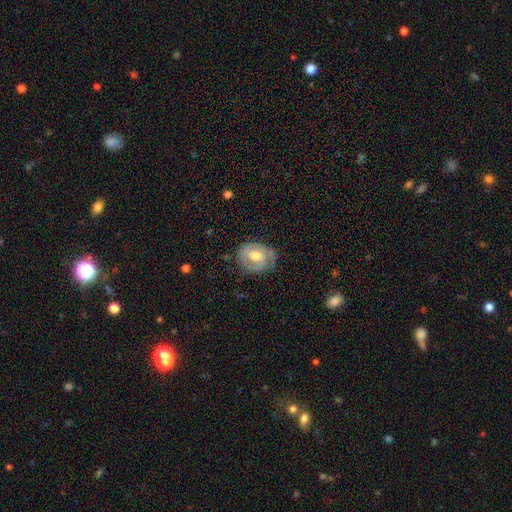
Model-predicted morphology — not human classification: smooth-or-featured: featured or disk: 66% | smooth: 28% | star or artifact: 6%
  disk-edge-on: no: 96% | yes: 4%
    bar: no: 44% | weak: 42% | strong: 14%
    has-spiral-arms: yes: 79% | no: 21%
    bulge-size: moderate: 69% | large: 15% | small: 13% | none: 2% | dominant: 1%
  merging: none: 66% | minor disturbance: 23% | major disturbance: 9% | merger: 1%